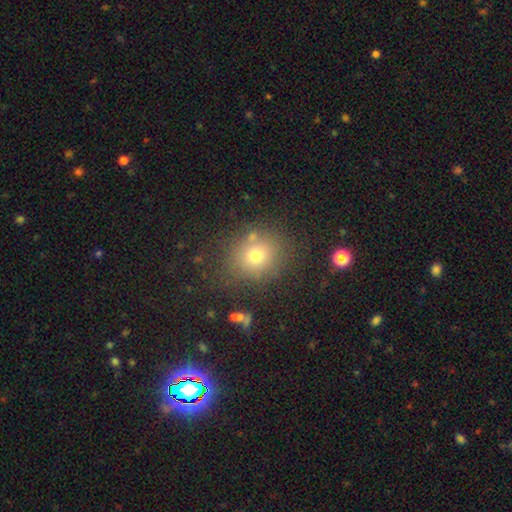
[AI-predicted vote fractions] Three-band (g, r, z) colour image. It shows a smooth galaxy with no disk features (72%) that is round (75%). Merging: none (79%).